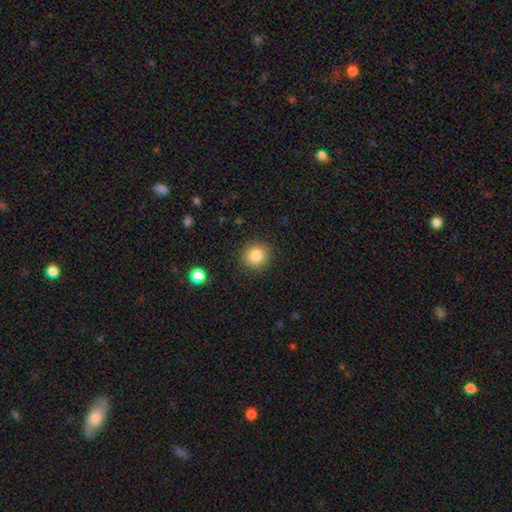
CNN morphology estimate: type=smooth (84%); roundness=round (91%); merging=none (90%).